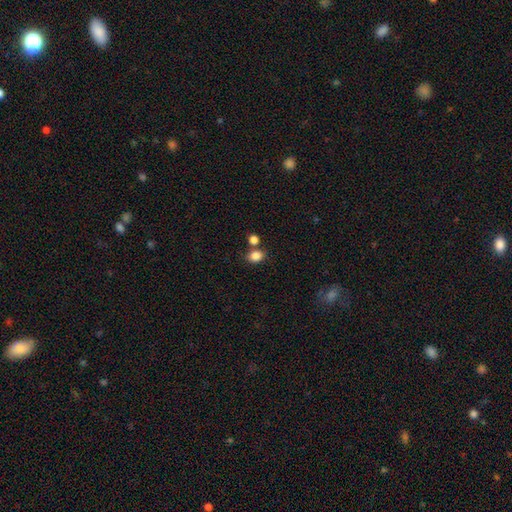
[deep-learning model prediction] smooth-or-featured: smooth: 84% | star or artifact: 11% | featured or disk: 5%
  how-rounded: in between: 56% | round: 43% | cigar-shaped: 1%
  merging: none: 66% | merger: 18% | minor disturbance: 12% | major disturbance: 4%